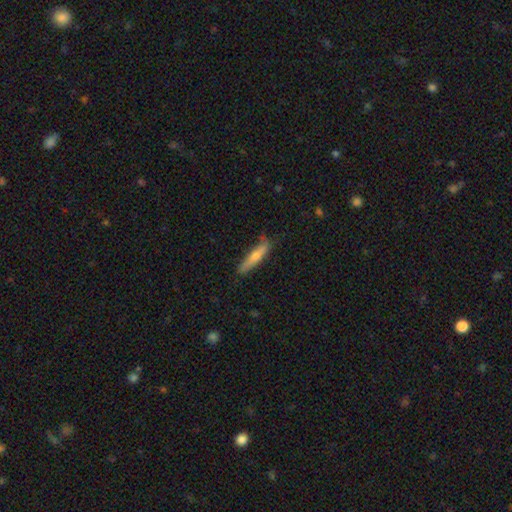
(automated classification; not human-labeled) smooth-or-featured: smooth: 49% | featured or disk: 44% | star or artifact: 7%
  merging: none: 80% | minor disturbance: 16% | major disturbance: 3% | merger: 1%